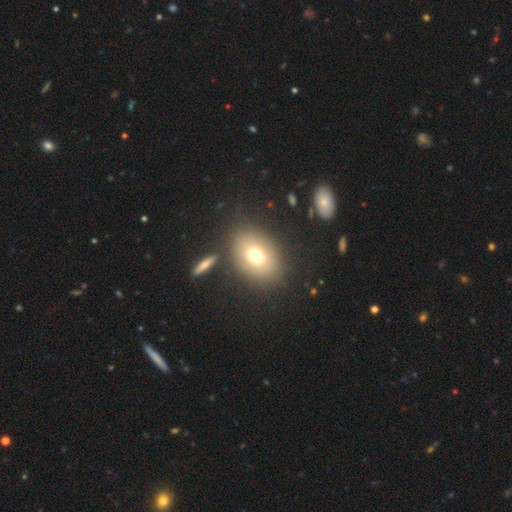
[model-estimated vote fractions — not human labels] Q: Smooth or featured?
A: smooth (71%); runner-up: featured or disk (17%)
Q: How rounded?
A: in between (65%); runner-up: round (34%)
Q: Merging?
A: none (80%); runner-up: minor disturbance (10%)